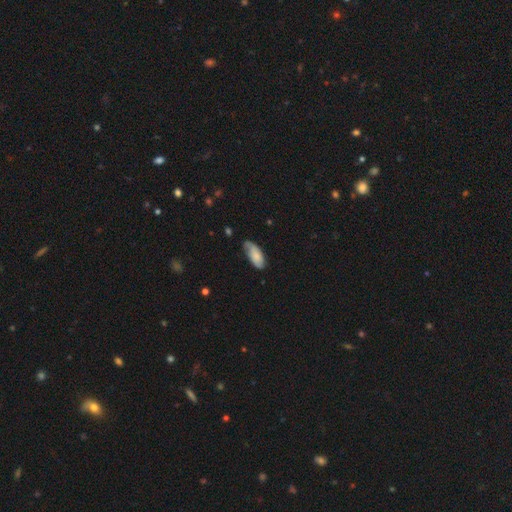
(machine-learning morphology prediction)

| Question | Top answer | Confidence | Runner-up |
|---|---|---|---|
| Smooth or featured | smooth | 69% | featured or disk (24%) |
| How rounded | in between | 86% | cigar-shaped (12%) |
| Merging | none | 57% | minor disturbance (32%) |